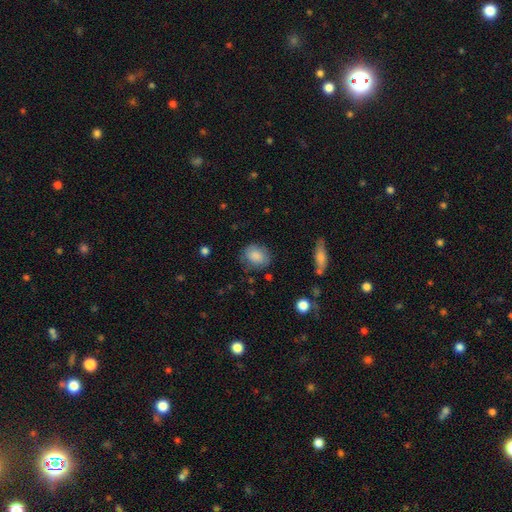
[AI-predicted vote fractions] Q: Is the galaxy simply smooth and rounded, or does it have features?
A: smooth — 83%.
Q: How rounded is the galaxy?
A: round — 52%.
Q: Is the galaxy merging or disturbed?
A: none — 72%.